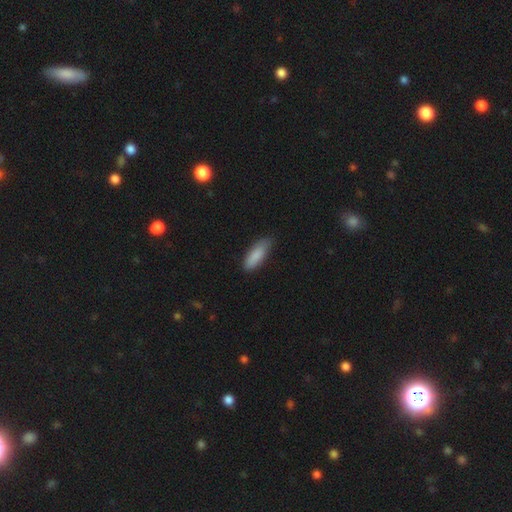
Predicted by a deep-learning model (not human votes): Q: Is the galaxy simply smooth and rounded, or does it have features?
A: smooth — 87%.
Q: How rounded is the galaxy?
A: in between — 64%.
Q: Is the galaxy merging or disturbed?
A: none — 76%.